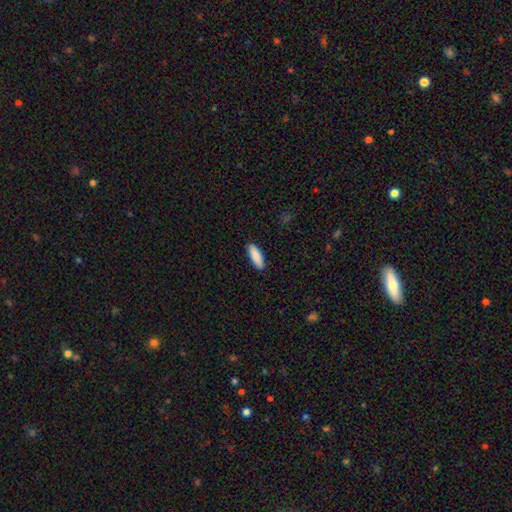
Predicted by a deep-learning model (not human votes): This appears to be a smooth galaxy with no disk features (90%) that is in between round and cigar-shaped (56%). Merging: none (90%).